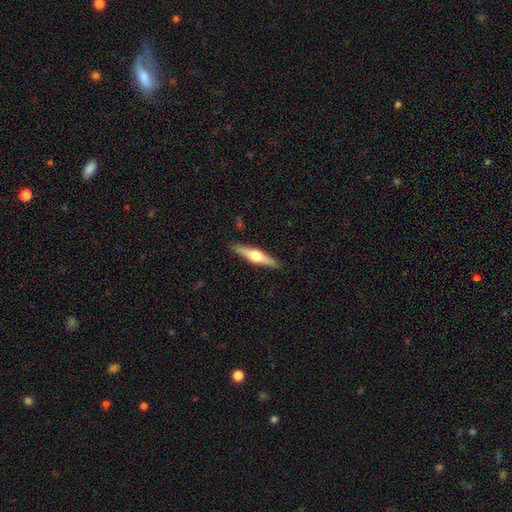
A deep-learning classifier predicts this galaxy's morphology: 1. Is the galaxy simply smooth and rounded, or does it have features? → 66% featured or disk, 29% smooth, 5% star or artifact.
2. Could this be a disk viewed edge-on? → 97% yes, 3% no.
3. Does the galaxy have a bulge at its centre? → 94% rounded, 4% boxy, 2% none.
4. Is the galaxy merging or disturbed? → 90% none, 7% minor disturbance, 2% major disturbance, 1% merger.